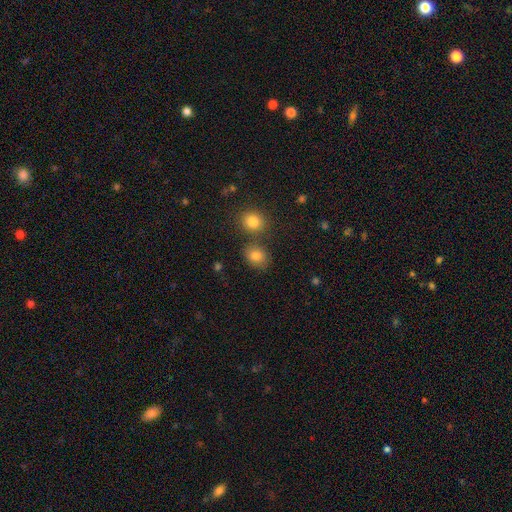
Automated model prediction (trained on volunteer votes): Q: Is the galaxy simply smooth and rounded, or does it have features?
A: smooth — 81%.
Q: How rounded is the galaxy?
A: round — 58%.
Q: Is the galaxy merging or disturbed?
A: none — 66%.